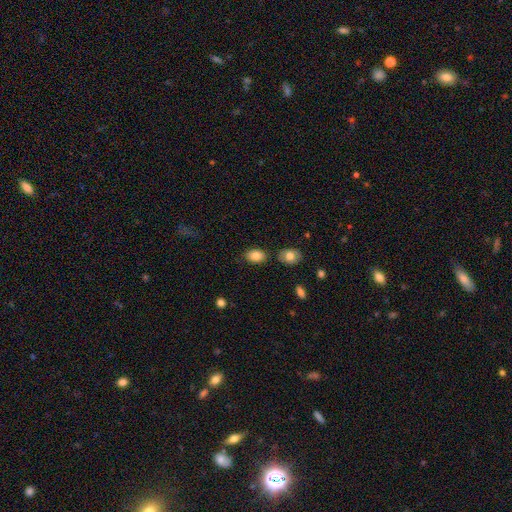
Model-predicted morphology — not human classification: Overall: smooth (83%). How rounded: in between (88%). Merging: none (78%).